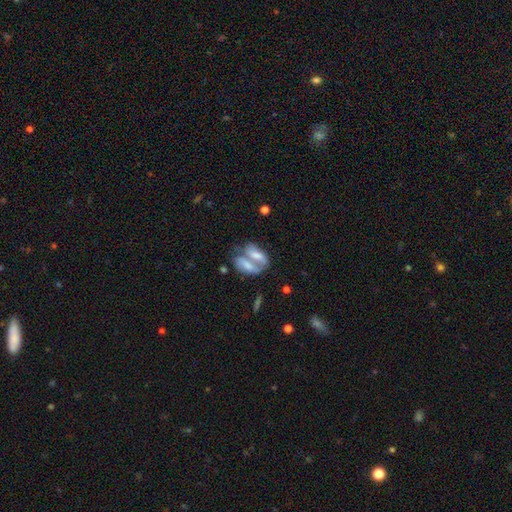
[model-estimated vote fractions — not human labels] This is possibly a smooth galaxy (58%). How rounded: clearly in between (81%). Merging: likely merger (70%).